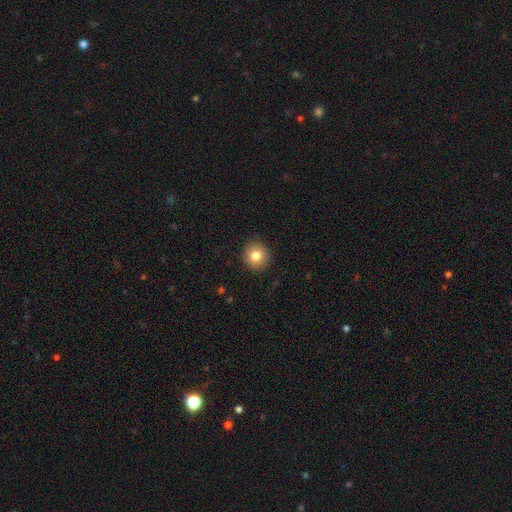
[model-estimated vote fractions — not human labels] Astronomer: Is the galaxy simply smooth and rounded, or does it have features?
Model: smooth — 81%.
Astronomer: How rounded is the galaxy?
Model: round — 89%.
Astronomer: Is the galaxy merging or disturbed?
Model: none — 90%.